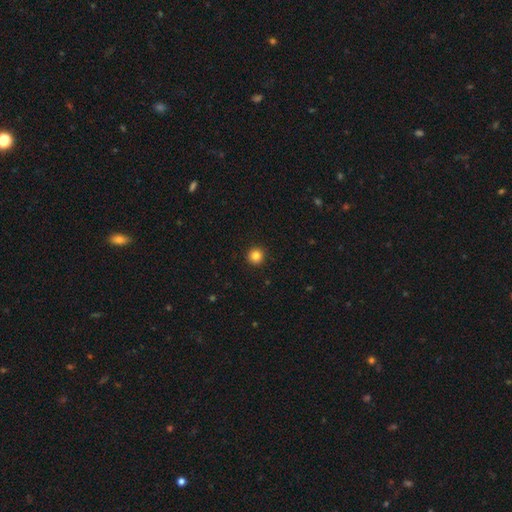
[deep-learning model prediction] Smooth or featured? smooth (84%)
How rounded? round (96%)
Merging? none (93%)